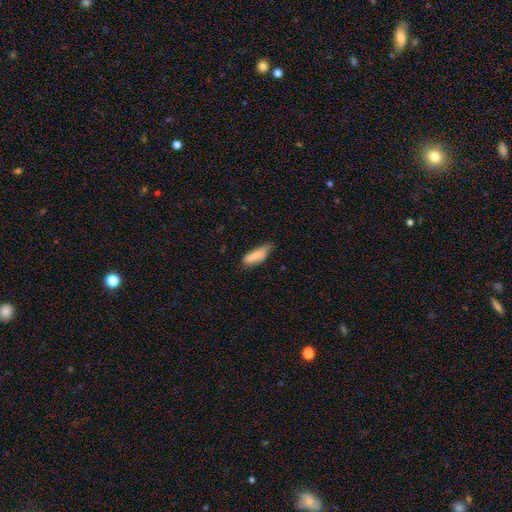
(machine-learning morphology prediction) smooth 74%, featured or disk 20%, star or artifact 6%. Down the decision tree: how rounded — in between (65%); merging — none (56%).